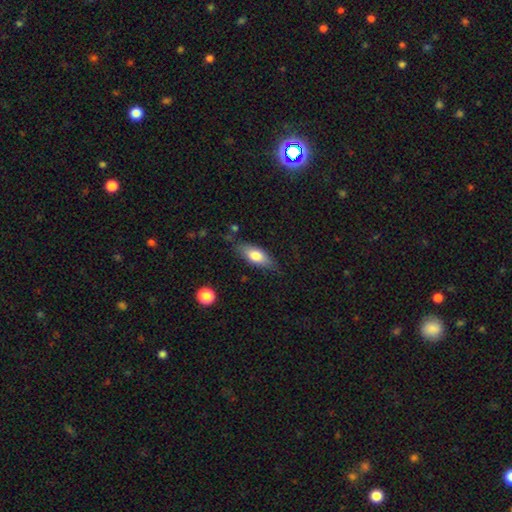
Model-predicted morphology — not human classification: Q: Smooth or featured?
A: smooth (72%); runner-up: featured or disk (22%)
Q: How rounded?
A: in between (75%); runner-up: cigar-shaped (22%)
Q: Merging?
A: none (74%); runner-up: minor disturbance (19%)